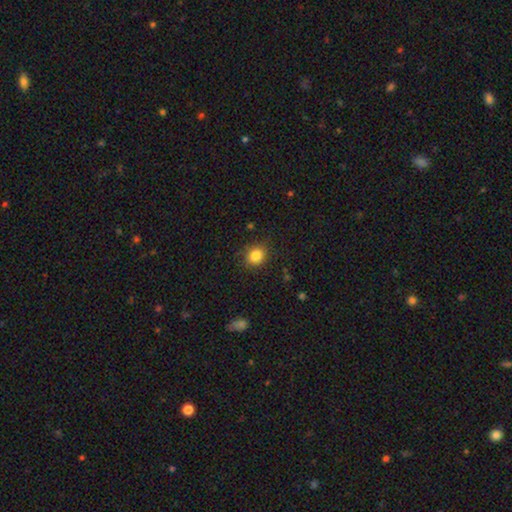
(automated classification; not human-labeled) Smooth or featured? Predicted: smooth (p=0.84). How rounded? Predicted: round (p=0.74). Merging? Predicted: none (p=0.84).